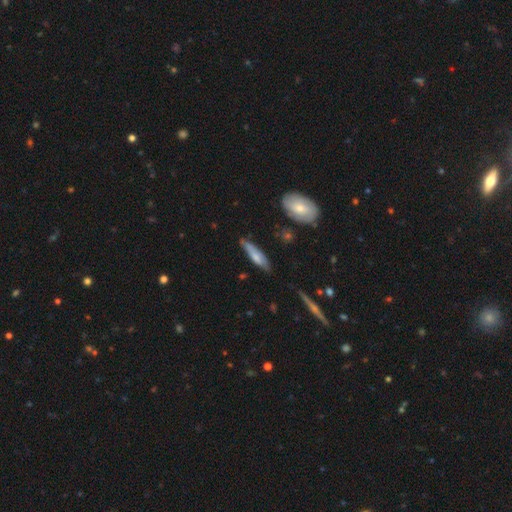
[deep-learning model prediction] Q: Smooth or featured?
A: smooth (63%); runner-up: featured or disk (31%)
Q: How rounded?
A: cigar-shaped (72%); runner-up: in between (26%)
Q: Merging?
A: none (65%); runner-up: minor disturbance (27%)